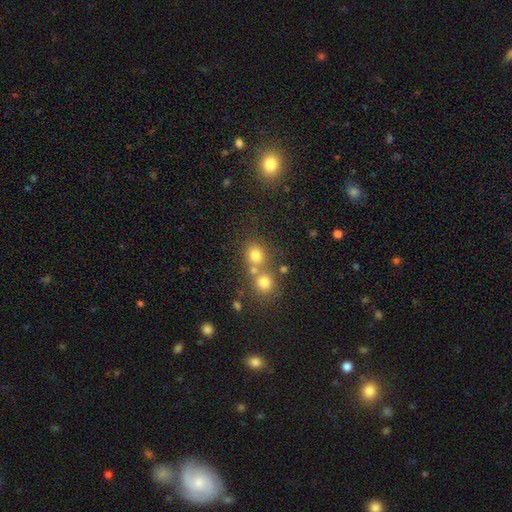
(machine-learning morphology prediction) The model was most divided on "merging": none: 51%, merger: 37%, minor disturbance: 8%, major disturbance: 4%. More confident: how rounded — round (80%); smooth or featured — smooth (75%).